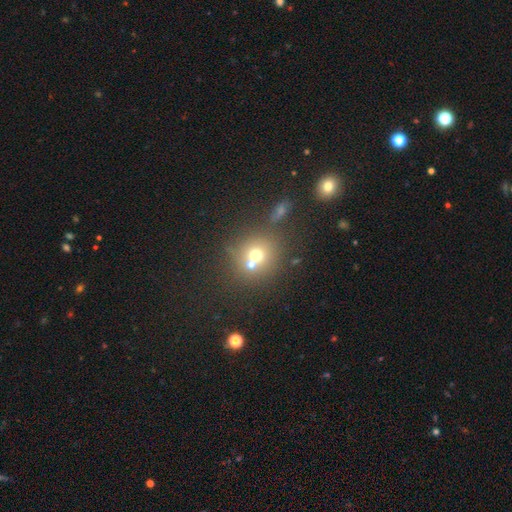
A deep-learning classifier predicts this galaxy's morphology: Smooth or featured?
  - smooth: 66% *
  - star or artifact: 17%
  - featured or disk: 17%
How rounded?
  - round: 85% *
  - in between: 14%
  - cigar-shaped: 1%
Merging?
  - none: 51% *
  - merger: 35%
  - minor disturbance: 9%
  - major disturbance: 5%